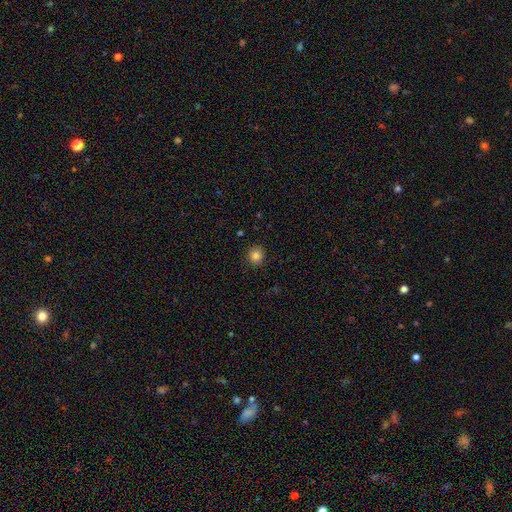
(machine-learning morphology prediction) This is clearly a smooth galaxy (83%). How rounded: clearly round (87%). Merging: clearly none (90%).